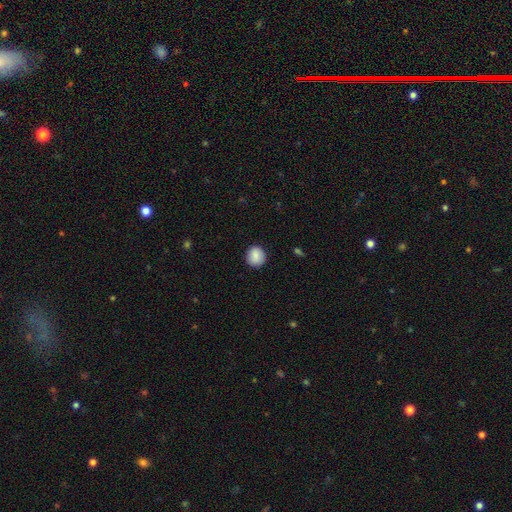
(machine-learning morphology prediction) smooth 86%, star or artifact 7%, featured or disk 6%. Down the decision tree: how rounded — round (85%); merging — none (88%).